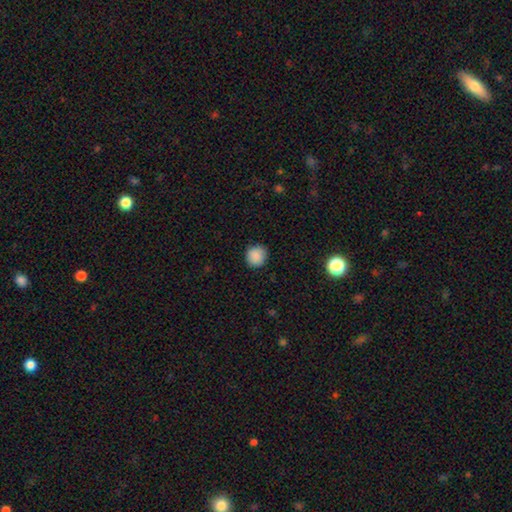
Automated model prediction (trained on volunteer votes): Q: Smooth or featured?
A: smooth (88%); runner-up: star or artifact (8%)
Q: How rounded?
A: round (93%); runner-up: in between (6%)
Q: Merging?
A: none (90%); runner-up: minor disturbance (7%)